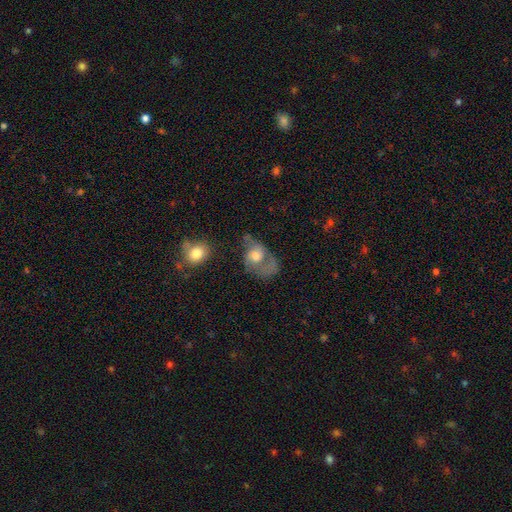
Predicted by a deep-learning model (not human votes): This appears to be a featured or disk galaxy (50%). Merging: major disturbance (47%).